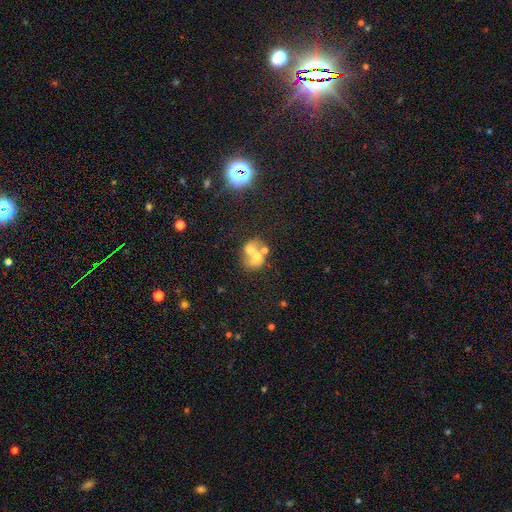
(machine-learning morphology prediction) This appears to be a smooth galaxy with no disk features (48%). Merging: merger (59%).